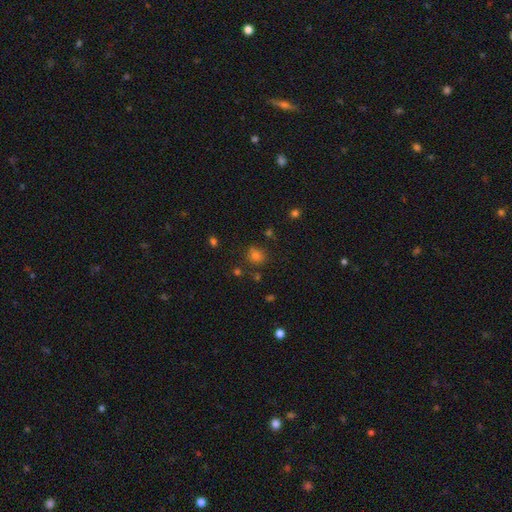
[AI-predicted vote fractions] smooth_or_featured: smooth (p=0.74) [alt: star or artifact p=0.20]
how_rounded: round (p=0.79) [alt: in between p=0.20]
merging: none (p=0.77) [alt: minor disturbance p=0.13]